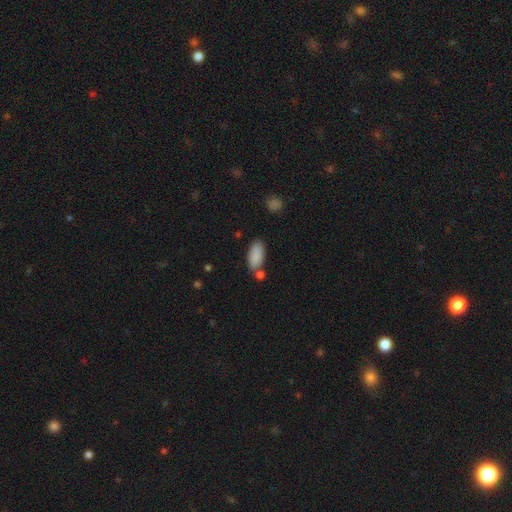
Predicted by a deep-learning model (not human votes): Smooth or featured?
  - smooth: 88% *
  - star or artifact: 7%
  - featured or disk: 5%
How rounded?
  - in between: 90% *
  - cigar-shaped: 8%
  - round: 2%
Merging?
  - none: 69% *
  - minor disturbance: 14%
  - merger: 13%
  - major disturbance: 4%